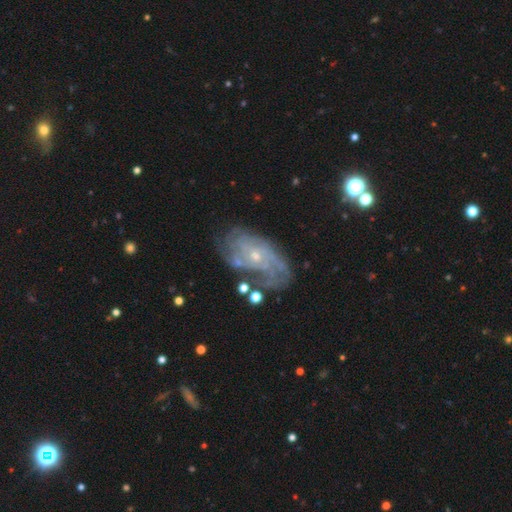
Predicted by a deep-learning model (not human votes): Smooth or featured: featured or disk — 80% (smooth — 12%)
Edge-on disk: no — 95% (yes — 5%)
Bar: no — 75% (weak — 21%)
Spiral arms: yes — 88% (no — 12%)
Spiral winding: tight — 56% (medium — 31%)
Spiral arm count: can't tell — 49% (2 — 13%)
Bulge size: small — 77% (moderate — 19%)
Merging: none — 60% (minor disturbance — 23%)